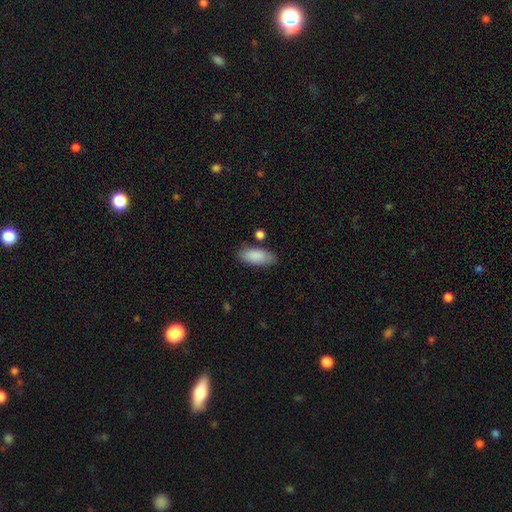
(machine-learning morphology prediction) A smooth galaxy with no disk features (87%) that is in between round and cigar-shaped (86%). Merging: none (77%).